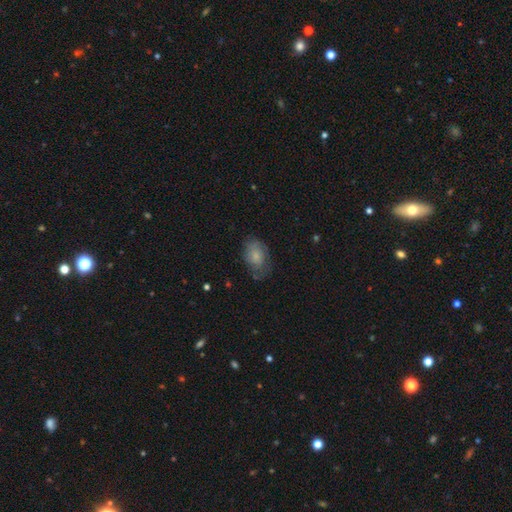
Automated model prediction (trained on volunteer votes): Smooth or featured? smooth (67%)
How rounded? in between (80%)
Merging? none (53%)